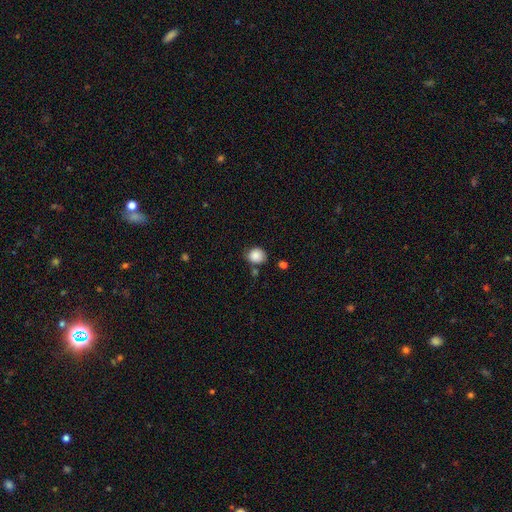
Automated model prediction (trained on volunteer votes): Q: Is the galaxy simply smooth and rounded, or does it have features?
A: smooth — 86%.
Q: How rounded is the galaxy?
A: round — 70%.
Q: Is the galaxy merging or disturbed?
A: none — 67%.